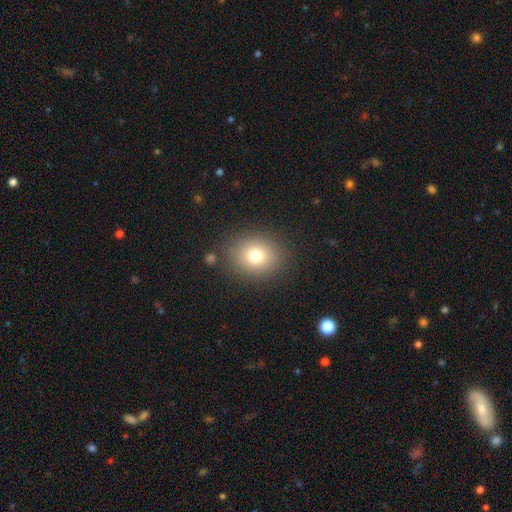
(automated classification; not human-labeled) Morphology: type=smooth (76%); roundness=round (67%); merging=none (85%).